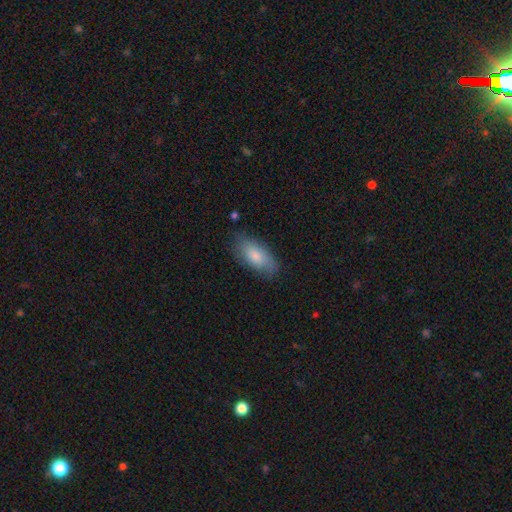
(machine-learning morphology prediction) Q: Smooth or featured?
A: smooth (80%); runner-up: featured or disk (14%)
Q: How rounded?
A: in between (89%); runner-up: cigar-shaped (9%)
Q: Merging?
A: none (75%); runner-up: minor disturbance (19%)